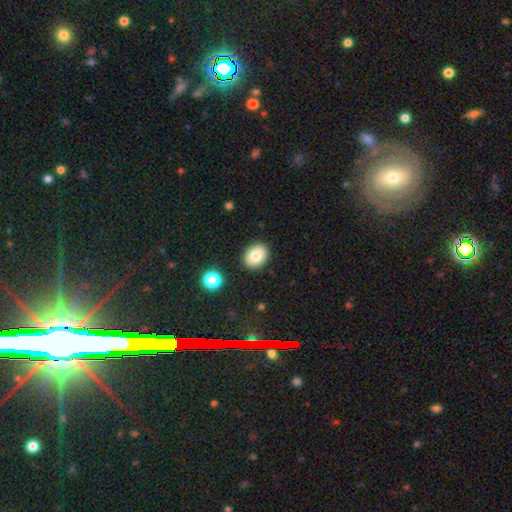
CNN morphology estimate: Smooth or featured?
  - smooth: 83% *
  - star or artifact: 9%
  - featured or disk: 8%
How rounded?
  - in between: 60% *
  - round: 39%
  - cigar-shaped: 1%
Merging?
  - none: 89% *
  - minor disturbance: 8%
  - major disturbance: 2%
  - merger: 2%